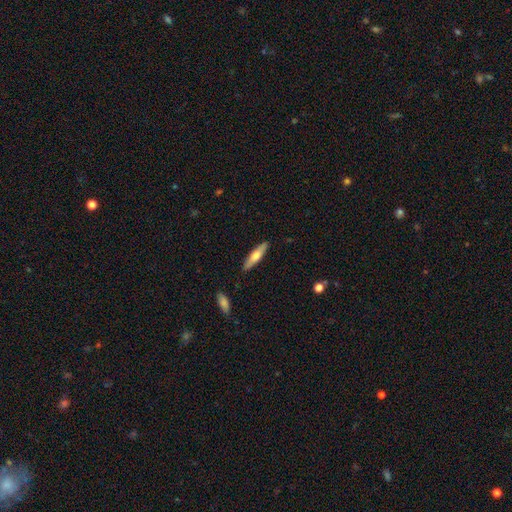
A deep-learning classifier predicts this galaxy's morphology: A smooth galaxy with no disk features (58%) that is cigar-shaped (78%).

Vote fractions:
- Smooth or featured? smooth: 58% / featured or disk: 37% / star or artifact: 5%
- How rounded? cigar-shaped: 78% / in between: 21% / round: 2%
- Merging? none: 88% / minor disturbance: 9% / major disturbance: 2% / merger: 1%